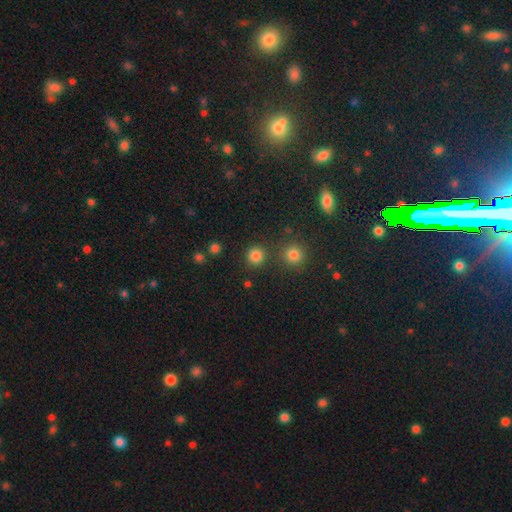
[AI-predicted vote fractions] Overall: smooth (82%). How rounded: round (93%). Merging: none (85%).